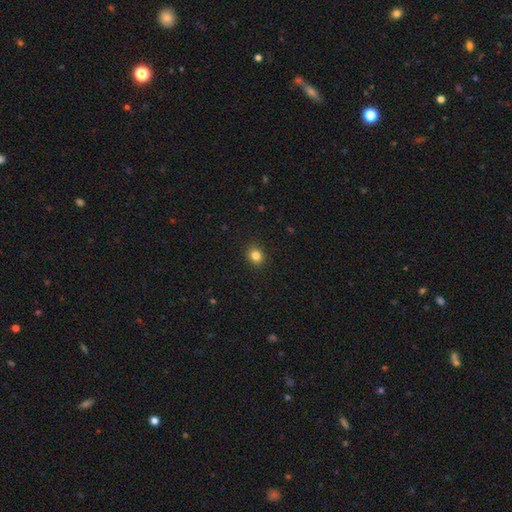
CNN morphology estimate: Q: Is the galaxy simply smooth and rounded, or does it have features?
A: smooth — 83%.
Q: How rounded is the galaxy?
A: round — 74%.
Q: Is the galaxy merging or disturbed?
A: none — 91%.